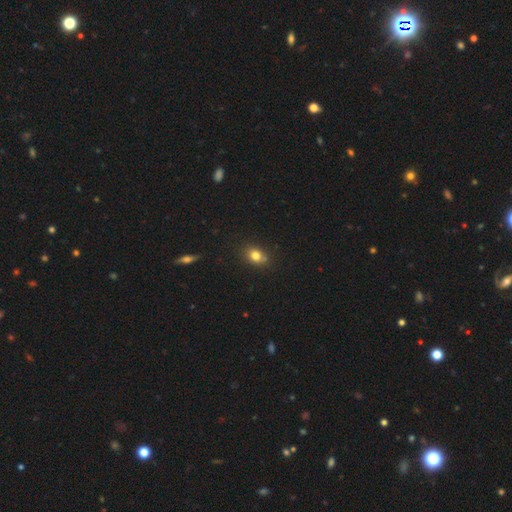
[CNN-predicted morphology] Q: Smooth or featured?
A: smooth (80%); runner-up: star or artifact (12%)
Q: How rounded?
A: in between (55%); runner-up: round (44%)
Q: Merging?
A: none (75%); runner-up: minor disturbance (16%)